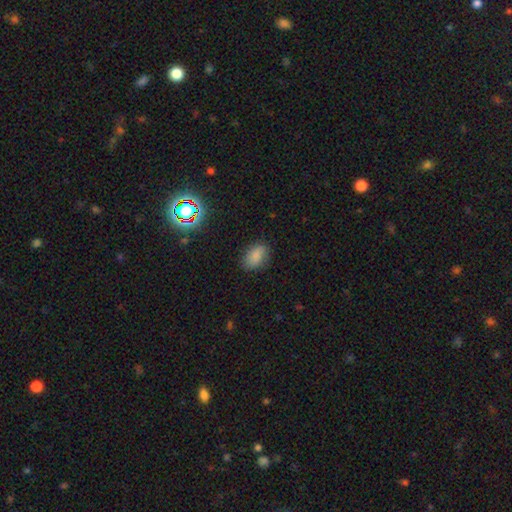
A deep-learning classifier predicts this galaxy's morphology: smooth_or_featured: smooth (p=0.81) [alt: star or artifact p=0.12]
how_rounded: in between (p=0.88) [alt: round p=0.10]
merging: none (p=0.81) [alt: minor disturbance p=0.14]